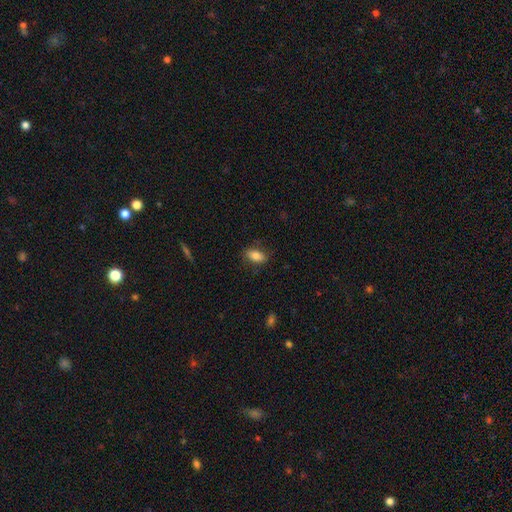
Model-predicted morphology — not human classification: Q: Smooth or featured?
A: smooth (82%); runner-up: featured or disk (11%)
Q: How rounded?
A: in between (88%); runner-up: cigar-shaped (6%)
Q: Merging?
A: none (83%); runner-up: minor disturbance (12%)